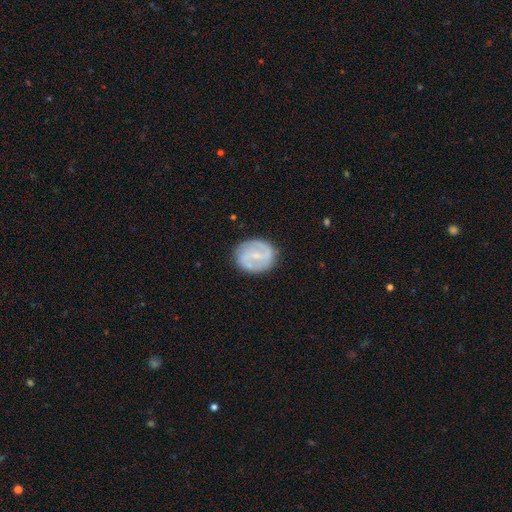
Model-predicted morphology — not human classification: type=featured or disk (67%); edge-on=no (97%); bar=weak (51%); spiral arms=yes (79%); winding=medium (44%); arm count=2 (78%); bulge=small (63%); merging=none (81%).